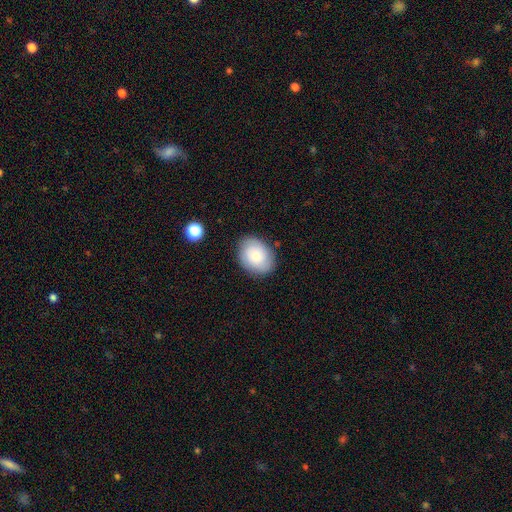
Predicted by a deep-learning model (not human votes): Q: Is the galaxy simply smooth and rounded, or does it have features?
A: smooth — 70%.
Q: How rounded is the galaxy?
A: in between — 68%.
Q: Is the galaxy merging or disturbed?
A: none — 82%.